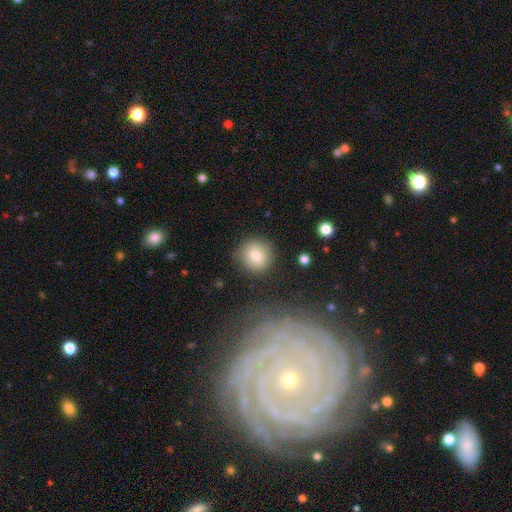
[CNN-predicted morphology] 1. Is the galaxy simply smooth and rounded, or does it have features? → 82% smooth, 9% featured or disk, 9% star or artifact.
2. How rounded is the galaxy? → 88% round, 11% in between, 1% cigar-shaped.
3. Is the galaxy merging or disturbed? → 85% none, 9% minor disturbance, 3% major disturbance, 3% merger.